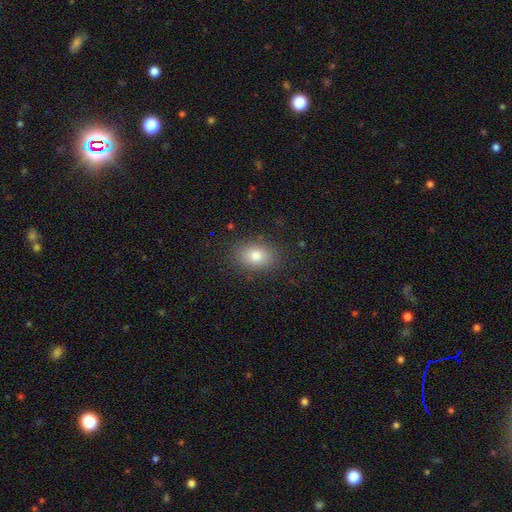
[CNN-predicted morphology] smooth_or_featured: smooth (p=0.80) [alt: star or artifact p=0.10]
how_rounded: in between (p=0.81) [alt: round p=0.18]
merging: none (p=0.87) [alt: minor disturbance p=0.09]